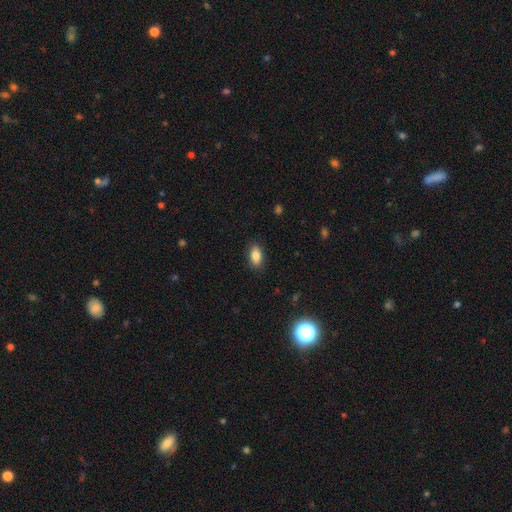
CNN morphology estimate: smooth-or-featured: smooth: 85% | star or artifact: 8% | featured or disk: 7%
  how-rounded: in between: 89% | cigar-shaped: 6% | round: 5%
  merging: none: 87% | minor disturbance: 10% | major disturbance: 2% | merger: 1%